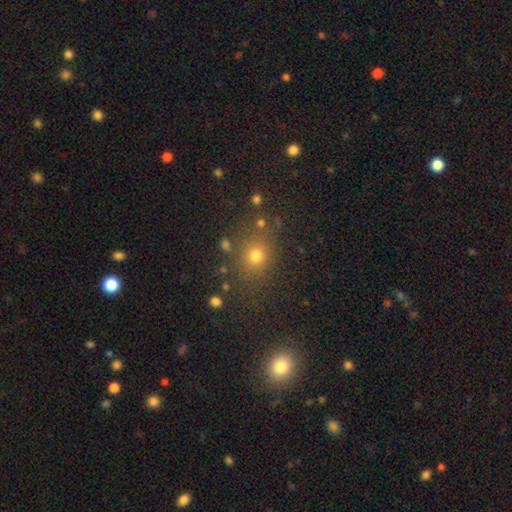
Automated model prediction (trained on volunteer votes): Q: Smooth or featured?
A: smooth (69%); runner-up: star or artifact (21%)
Q: How rounded?
A: round (72%); runner-up: in between (26%)
Q: Merging?
A: none (78%); runner-up: minor disturbance (12%)